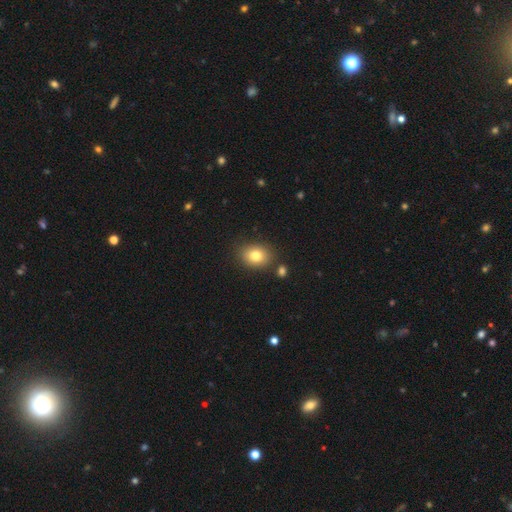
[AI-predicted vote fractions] Q: Smooth or featured?
A: smooth (79%); runner-up: star or artifact (10%)
Q: How rounded?
A: in between (56%); runner-up: round (43%)
Q: Merging?
A: none (81%); runner-up: minor disturbance (11%)